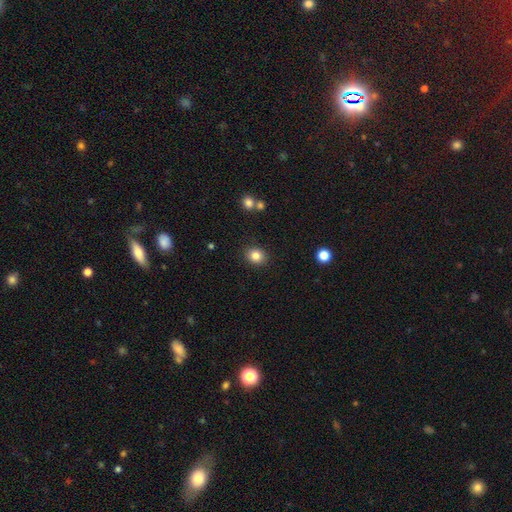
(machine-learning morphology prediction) Overall: smooth (83%). How rounded: round (66%; in between 34%). Merging: none (89%).